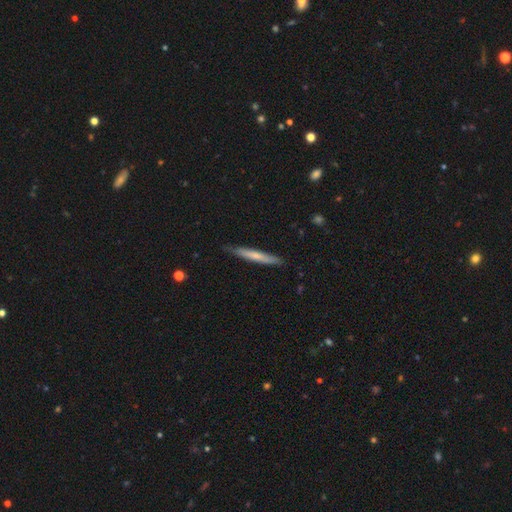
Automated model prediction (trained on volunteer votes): Smooth or featured? smooth (58%)
How rounded? cigar-shaped (95%)
Merging? none (83%)